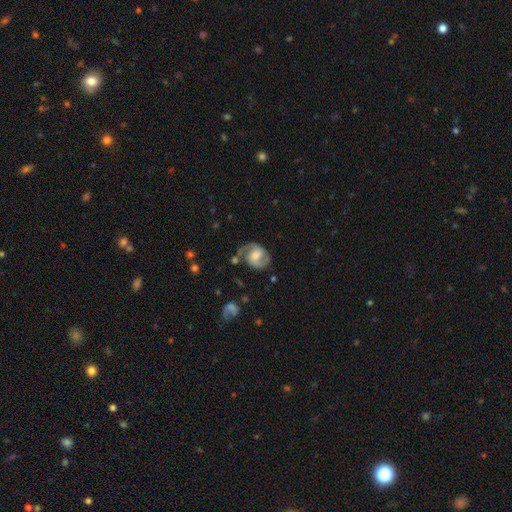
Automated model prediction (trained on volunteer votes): smooth-or-featured: featured or disk: 80% | smooth: 14% | star or artifact: 6%
  disk-edge-on: no: 98% | yes: 2%
    bar: weak: 47% | no: 38% | strong: 15%
    has-spiral-arms: yes: 94% | no: 6%
      spiral-winding: medium: 54% | tight: 28% | loose: 18%
      spiral-arm-count: 2: 87% | 1: 5% | can't tell: 5% | 3: 1% | 4: 1% | more than 4: 1%
    bulge-size: moderate: 51% | small: 28% | large: 12% | none: 7% | dominant: 2%
  merging: none: 66% | minor disturbance: 19% | major disturbance: 10% | merger: 5%